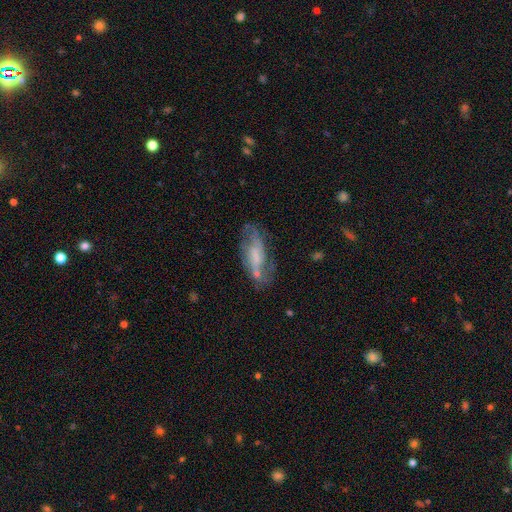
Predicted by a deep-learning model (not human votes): This appears to be a featured or disk galaxy (61%) with a weak bar (41%), spiral arms (71%) and no central bulge (34%). Merging: none (55%).